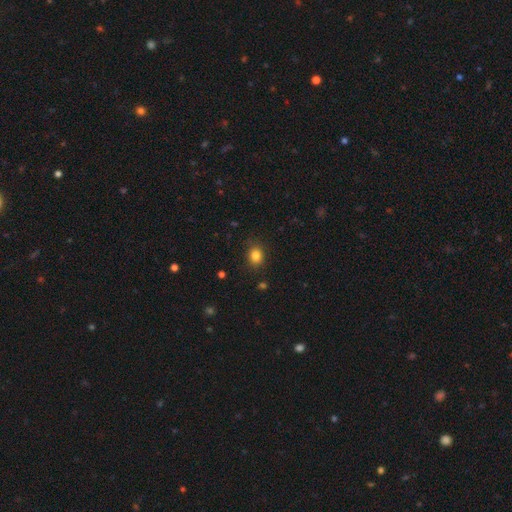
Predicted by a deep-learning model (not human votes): smooth-or-featured: smooth: 83% | star or artifact: 12% | featured or disk: 5%
  how-rounded: round: 62% | in between: 37% | cigar-shaped: 1%
  merging: none: 85% | minor disturbance: 11% | major disturbance: 3% | merger: 1%